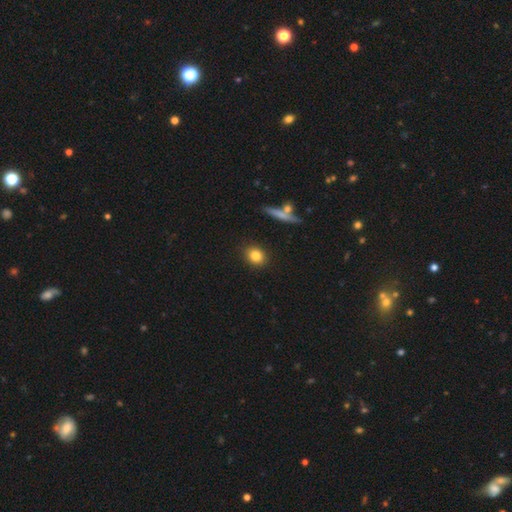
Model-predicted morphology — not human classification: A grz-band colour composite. It shows a smooth galaxy with no disk features (82%) that is round (67%). Merging: none (88%).